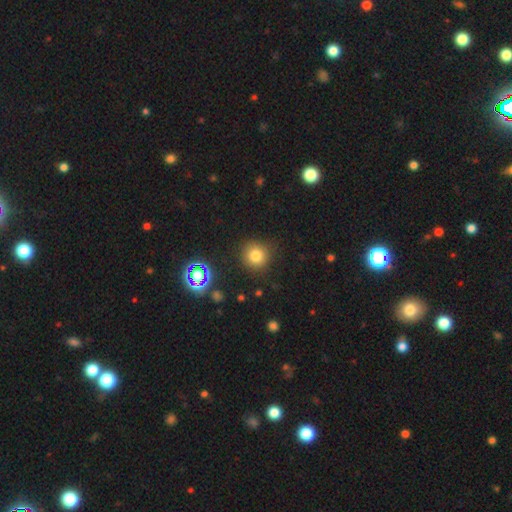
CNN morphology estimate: Overall: smooth (76%). How rounded: round (92%). Merging: none (86%).